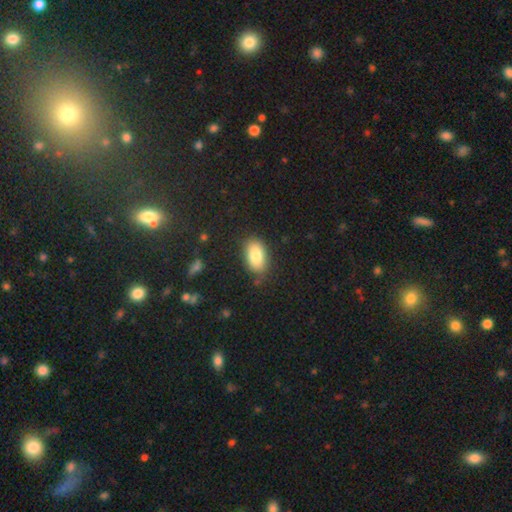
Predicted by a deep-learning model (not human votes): This appears to be a smooth galaxy with no disk features (82%) that is in between round and cigar-shaped (91%). Merging: none (82%).